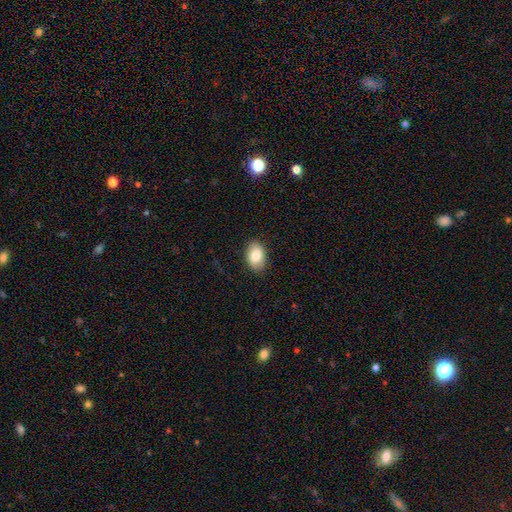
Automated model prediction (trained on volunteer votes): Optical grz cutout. It shows a smooth galaxy with no disk features (83%) that is in between round and cigar-shaped (88%). Merging: none (86%).